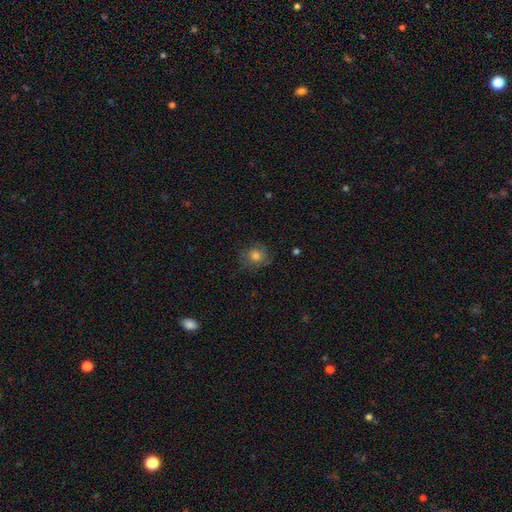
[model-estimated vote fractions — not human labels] Morphology: type=smooth (71%); roundness=round (80%); merging=none (74%).